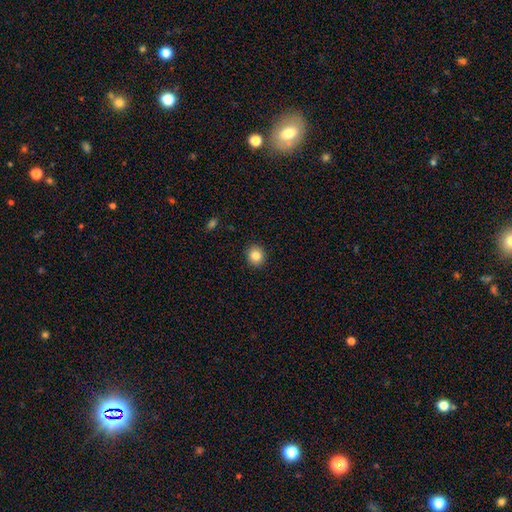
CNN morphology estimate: The model was most divided on "how rounded": round: 86%, in between: 13%, cigar-shaped: 1%. More confident: merging — none (91%); smooth or featured — smooth (84%).